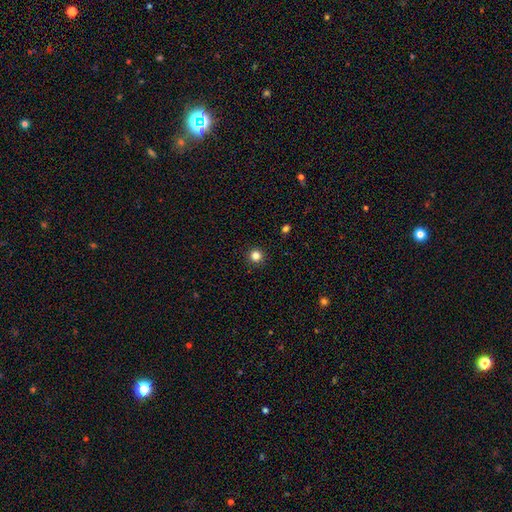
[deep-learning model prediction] Smooth or featured? Predicted: smooth (p=0.83). How rounded? Predicted: round (p=0.96). Merging? Predicted: none (p=0.93).